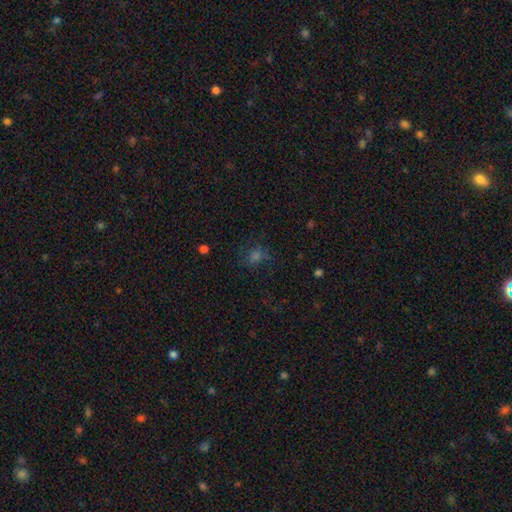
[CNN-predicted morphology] A smooth galaxy with no disk features (47%). Merging: none (70%).